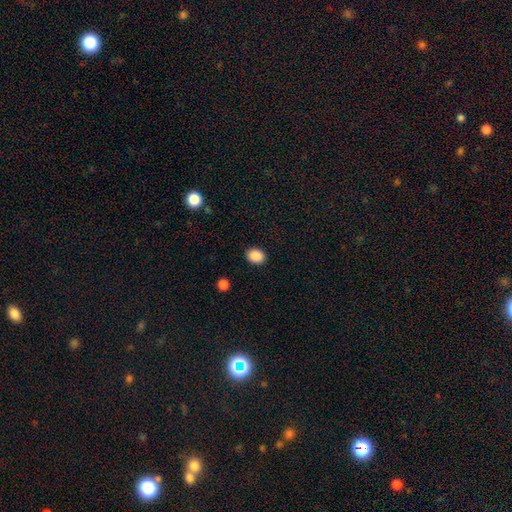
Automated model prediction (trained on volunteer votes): smooth_or_featured: smooth (p=0.89) [alt: star or artifact p=0.08]
how_rounded: in between (p=0.56) [alt: round p=0.43]
merging: none (p=0.90) [alt: minor disturbance p=0.07]